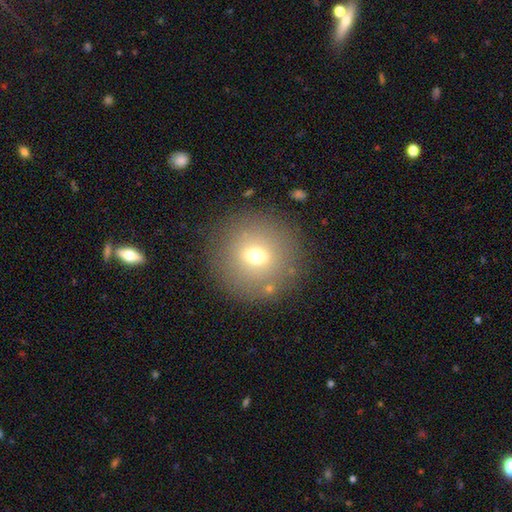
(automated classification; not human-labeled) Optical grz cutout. It shows a smooth galaxy with no disk features (66%) that is round (94%). Merging: none (87%).